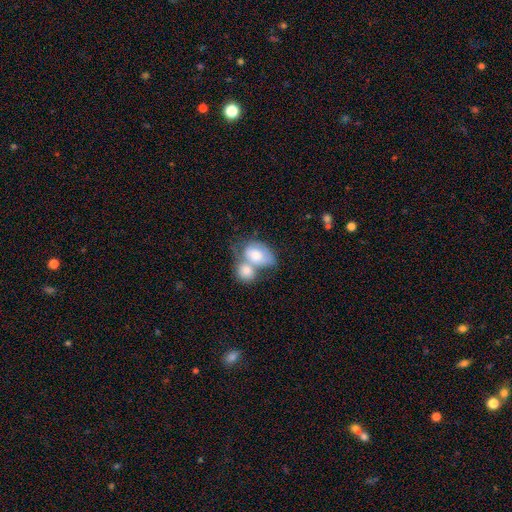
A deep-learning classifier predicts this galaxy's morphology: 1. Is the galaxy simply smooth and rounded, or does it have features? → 69% smooth, 25% featured or disk, 6% star or artifact.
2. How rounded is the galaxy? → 78% in between, 20% round, 2% cigar-shaped.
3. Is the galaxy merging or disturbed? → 73% merger, 13% none, 8% minor disturbance, 6% major disturbance.